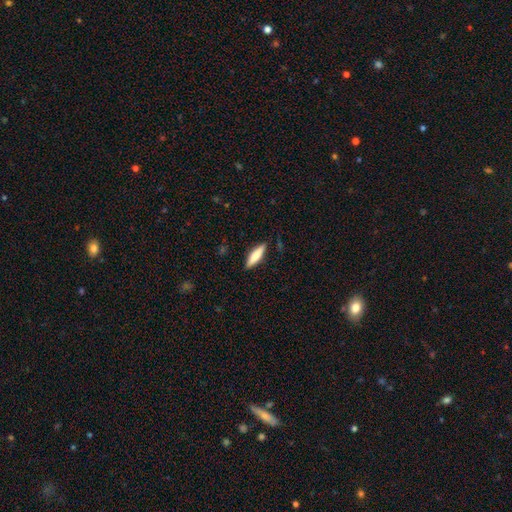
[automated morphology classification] type=smooth (69%); roundness=cigar-shaped (64%); merging=none (87%).